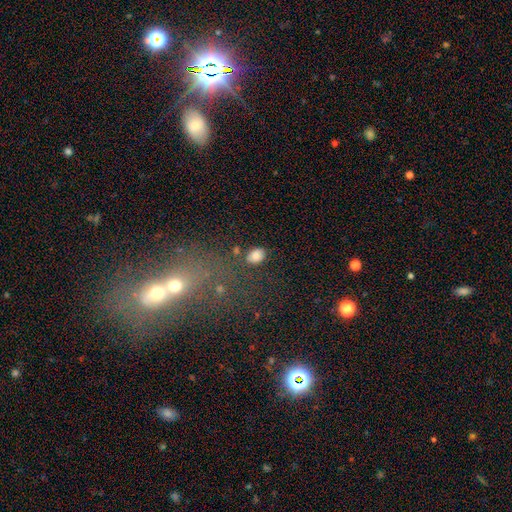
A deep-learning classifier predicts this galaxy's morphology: smooth-or-featured: smooth: 81% | star or artifact: 10% | featured or disk: 9%
  how-rounded: in between: 71% | round: 27% | cigar-shaped: 1%
  merging: none: 75% | minor disturbance: 15% | major disturbance: 5% | merger: 5%